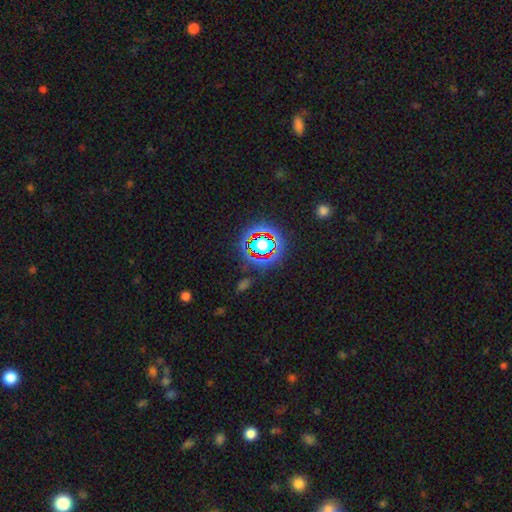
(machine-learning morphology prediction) A star or artifact, not a galaxy (77%).

Vote fractions:
- Smooth or featured? star or artifact: 77% / smooth: 14% / featured or disk: 9%